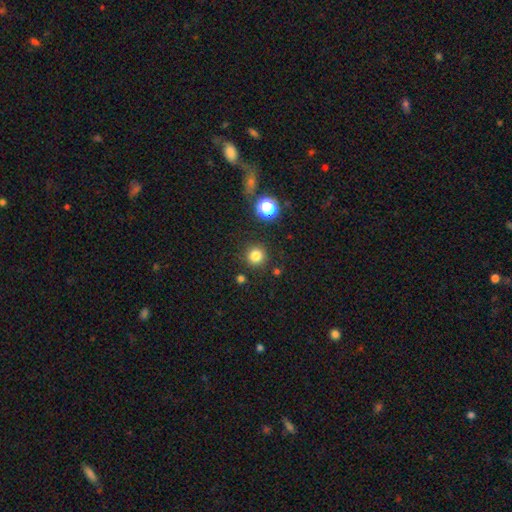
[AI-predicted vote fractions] smooth-or-featured: smooth: 80% | star or artifact: 15% | featured or disk: 5%
  how-rounded: round: 93% | in between: 6% | cigar-shaped: 1%
  merging: none: 89% | minor disturbance: 6% | major disturbance: 3% | merger: 2%